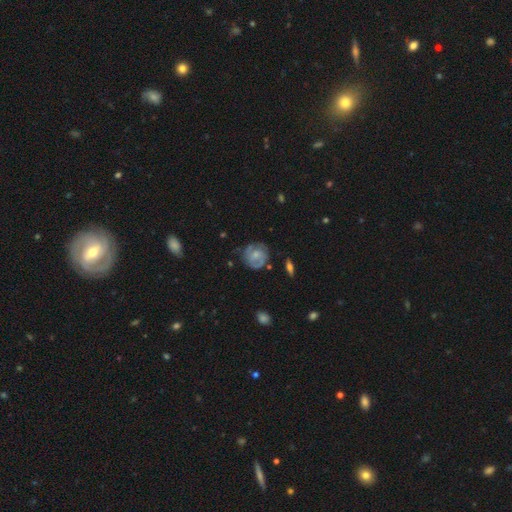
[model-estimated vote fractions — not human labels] This appears to be a featured or disk galaxy (65%) with no bar (63%), 2 (55%) tight (52%) spiral arms (83%) and a small central bulge (50%). Merging: none (70%).